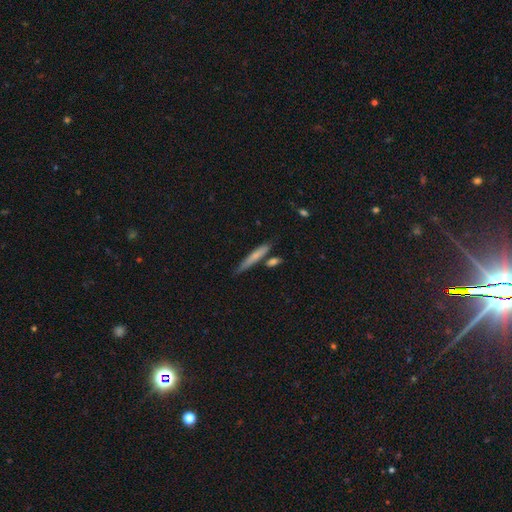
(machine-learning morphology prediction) type=smooth (68%); roundness=cigar-shaped (92%); merging=none (73%).